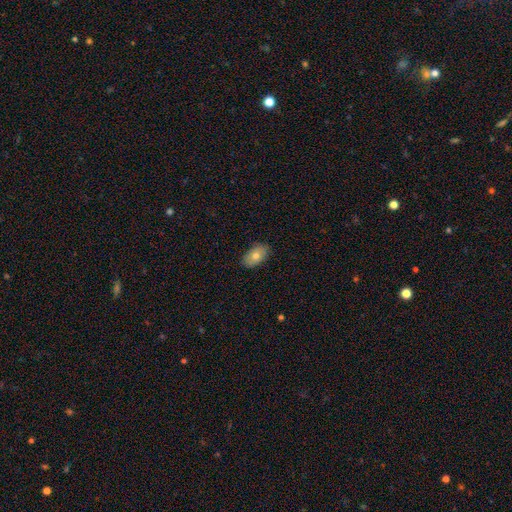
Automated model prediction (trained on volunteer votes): Smooth or featured?
  - smooth: 75% *
  - featured or disk: 17%
  - star or artifact: 8%
How rounded?
  - in between: 91% *
  - round: 7%
  - cigar-shaped: 2%
Merging?
  - none: 87% *
  - minor disturbance: 10%
  - major disturbance: 2%
  - merger: 1%